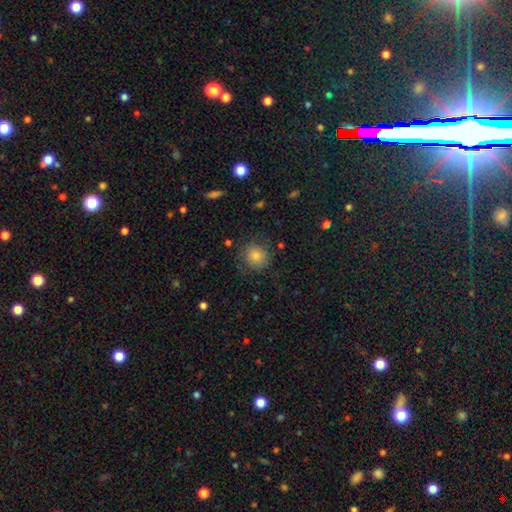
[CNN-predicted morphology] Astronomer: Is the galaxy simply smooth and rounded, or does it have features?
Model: smooth — 73%.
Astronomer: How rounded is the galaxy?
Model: round — 89%.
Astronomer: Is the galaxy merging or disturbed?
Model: none — 79%.